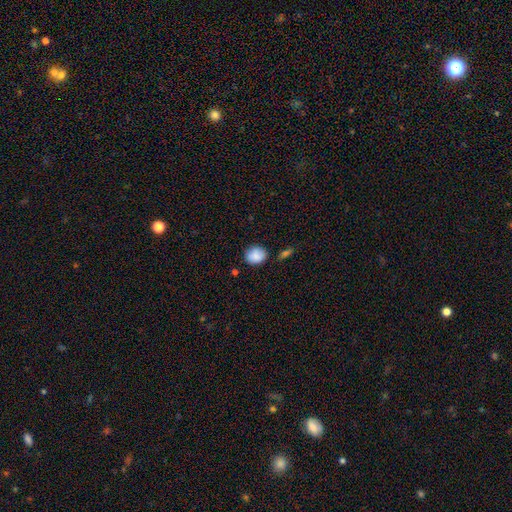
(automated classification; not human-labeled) This is clearly a smooth galaxy (86%). How rounded: likely round (61%). Merging: likely none (71%).